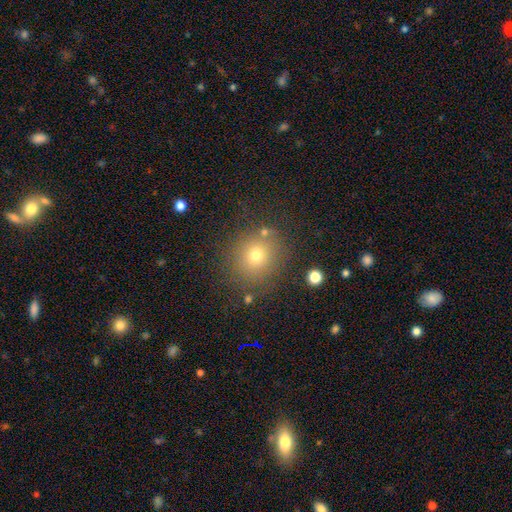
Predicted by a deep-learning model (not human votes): Smooth or featured? Predicted: smooth (p=0.68). How rounded? Predicted: round (p=0.88). Merging? Predicted: none (p=0.85).